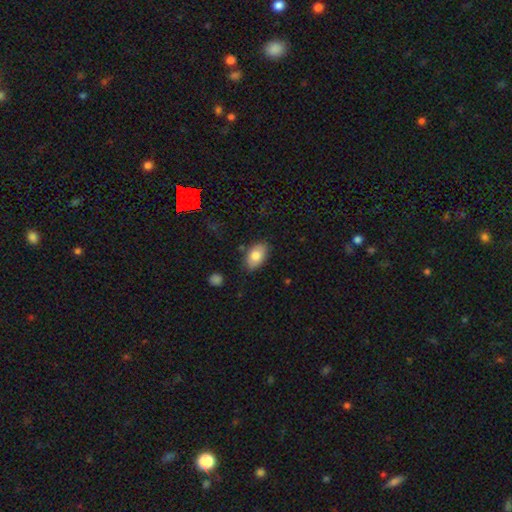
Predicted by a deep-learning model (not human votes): Smooth or featured?
  - smooth: 80% *
  - featured or disk: 14%
  - star or artifact: 7%
How rounded?
  - in between: 92% *
  - round: 6%
  - cigar-shaped: 2%
Merging?
  - none: 81% *
  - minor disturbance: 14%
  - major disturbance: 3%
  - merger: 2%